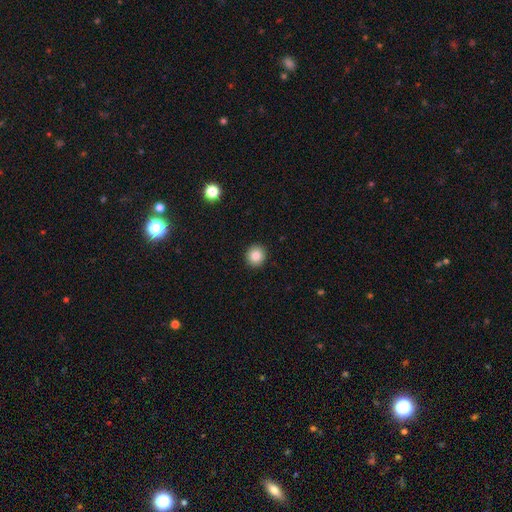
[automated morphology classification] This is clearly a smooth galaxy (85%). How rounded: clearly round (93%). Merging: clearly none (93%).